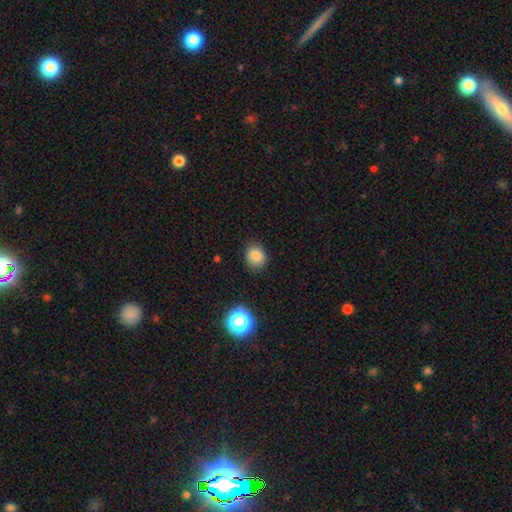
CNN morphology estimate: A smooth galaxy with no disk features (82%) that is round (62%).

Vote fractions:
- Smooth or featured? smooth: 82% / star or artifact: 12% / featured or disk: 5%
- How rounded? round: 62% / in between: 37% / cigar-shaped: 1%
- Merging? none: 84% / minor disturbance: 11% / major disturbance: 3% / merger: 1%